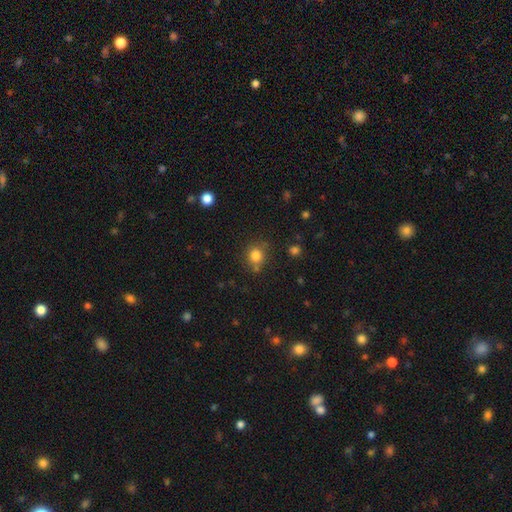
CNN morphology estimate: smooth-or-featured: smooth: 82% | star or artifact: 12% | featured or disk: 6%
  how-rounded: round: 84% | in between: 15% | cigar-shaped: 1%
  merging: none: 74% | minor disturbance: 14% | merger: 8% | major disturbance: 4%